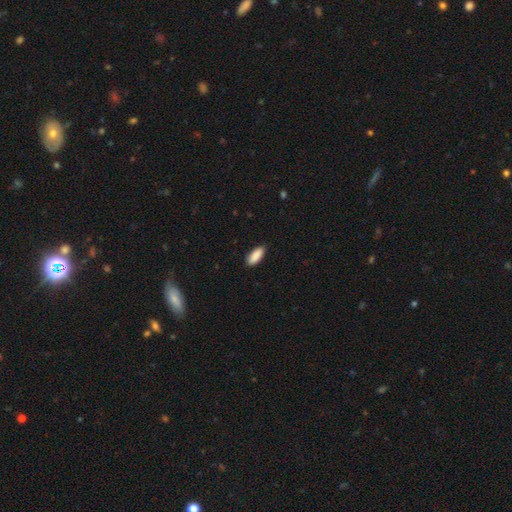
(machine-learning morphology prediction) The model was most divided on "how rounded": in between: 83%, cigar-shaped: 15%, round: 2%. More confident: smooth or featured — smooth (91%); merging — none (88%).